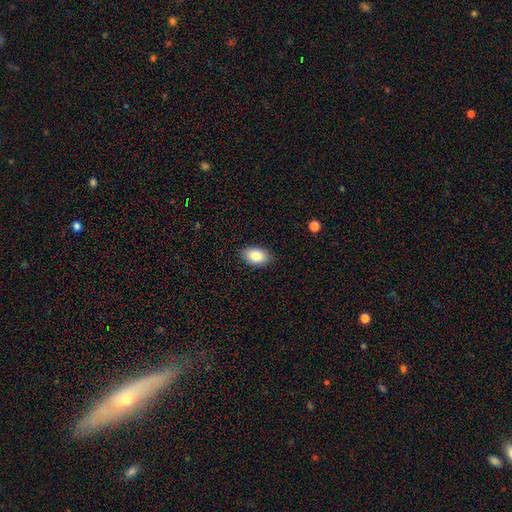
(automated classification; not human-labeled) smooth 87%, star or artifact 7%, featured or disk 6%. Down the decision tree: how rounded — in between (92%); merging — none (87%).